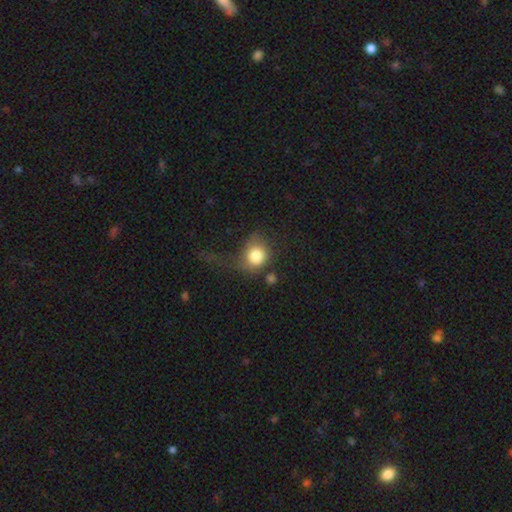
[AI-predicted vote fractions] A smooth galaxy with no disk features (81%) that is round (69%).

Vote fractions:
- Smooth or featured? smooth: 81% / featured or disk: 11% / star or artifact: 9%
- How rounded? round: 69% / in between: 29% / cigar-shaped: 1%
- Merging? none: 36% / major disturbance: 32% / minor disturbance: 23% / merger: 9%